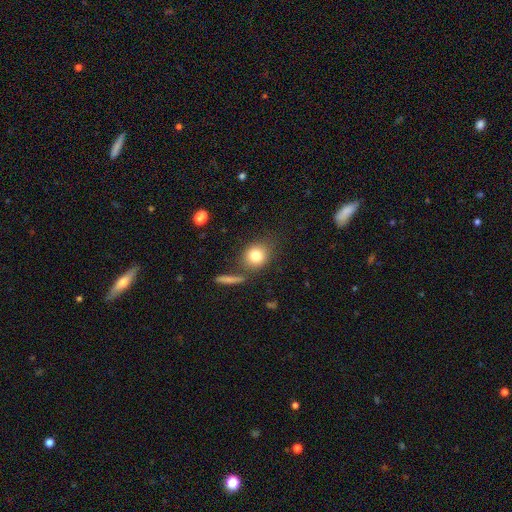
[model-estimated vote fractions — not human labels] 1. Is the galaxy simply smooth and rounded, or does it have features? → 79% smooth, 11% featured or disk, 10% star or artifact.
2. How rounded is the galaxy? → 73% round, 26% in between, 2% cigar-shaped.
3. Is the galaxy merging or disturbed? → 73% none, 13% minor disturbance, 9% merger, 5% major disturbance.